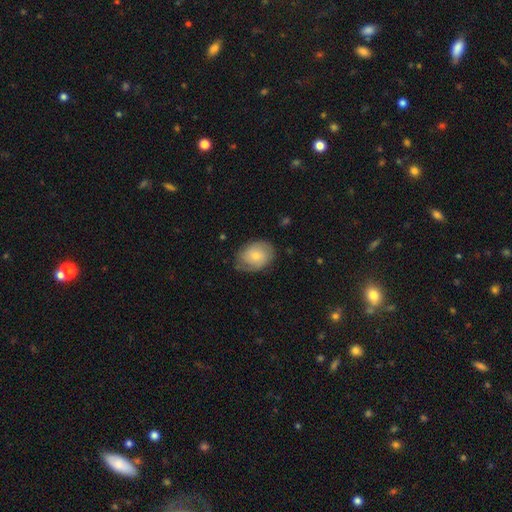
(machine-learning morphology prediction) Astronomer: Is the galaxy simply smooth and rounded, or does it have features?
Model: smooth — 60%.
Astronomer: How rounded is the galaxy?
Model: in between — 63%.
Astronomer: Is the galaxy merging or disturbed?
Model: none — 69%.